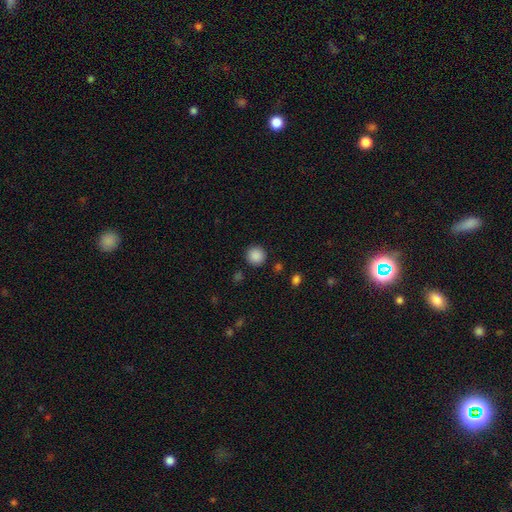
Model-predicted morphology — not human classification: The model was most divided on "smooth or featured": smooth: 88%, star or artifact: 9%, featured or disk: 3%. More confident: how rounded — round (94%); merging — none (90%).